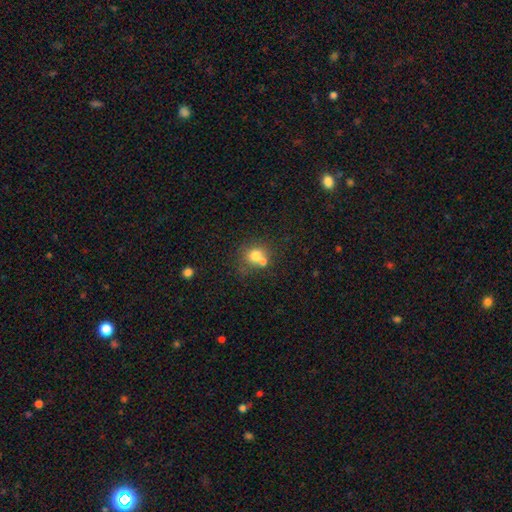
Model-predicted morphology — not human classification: A smooth galaxy with no disk features (74%) that is round (76%).

Vote fractions:
- Smooth or featured? smooth: 74% / featured or disk: 14% / star or artifact: 12%
- How rounded? round: 76% / in between: 23% / cigar-shaped: 1%
- Merging? none: 43% (tied) / merger: 43% (tied) / minor disturbance: 10% / major disturbance: 4%